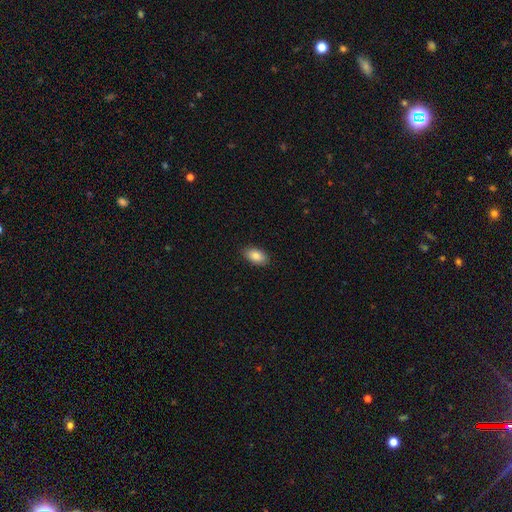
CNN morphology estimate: A smooth galaxy with no disk features (86%) that is in between round and cigar-shaped (93%).

Vote fractions:
- Smooth or featured? smooth: 86% / featured or disk: 7% / star or artifact: 7%
- How rounded? in between: 93% / round: 5% / cigar-shaped: 2%
- Merging? none: 88% / minor disturbance: 9% / major disturbance: 2% / merger: 1%